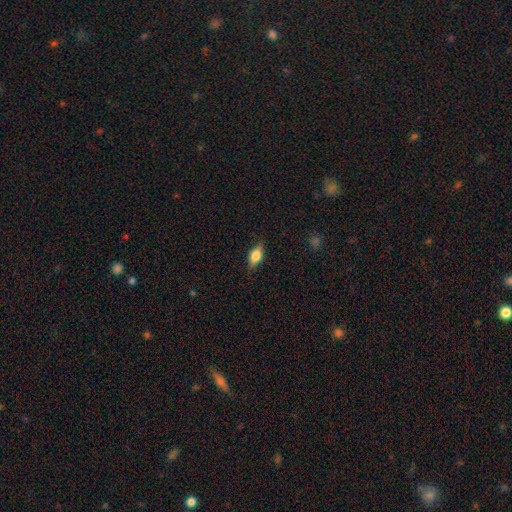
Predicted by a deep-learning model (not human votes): A smooth galaxy with no disk features (66%) that is in between round and cigar-shaped (81%). Merging: none (79%).